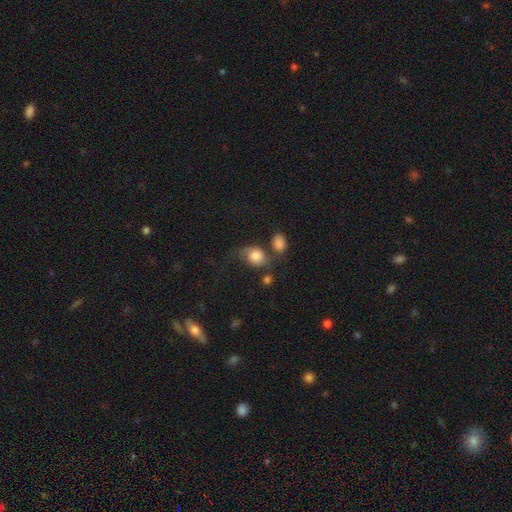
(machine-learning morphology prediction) type=smooth (65%); roundness=in between (50%); merging=none (35%).